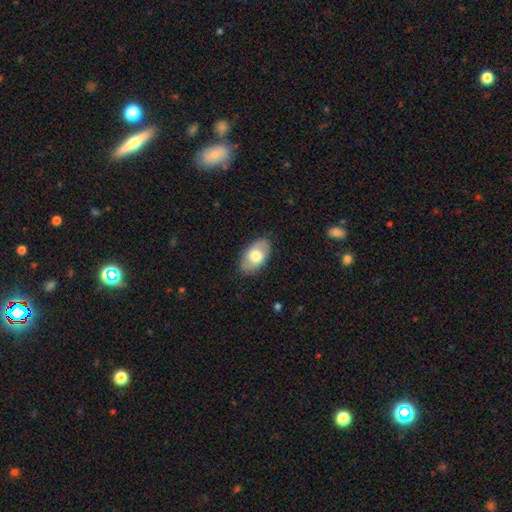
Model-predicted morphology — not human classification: A smooth galaxy with no disk features (64%) that is in between round and cigar-shaped (93%).

Vote fractions:
- Smooth or featured? smooth: 64% / featured or disk: 30% / star or artifact: 6%
- How rounded? in between: 93% / round: 5% / cigar-shaped: 2%
- Merging? none: 85% / minor disturbance: 12% / major disturbance: 3% / merger: 1%